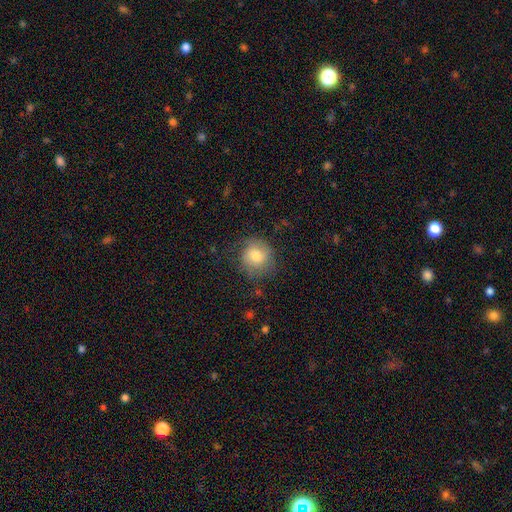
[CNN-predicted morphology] This is likely a smooth galaxy (75%). How rounded: clearly round (81%). Merging: likely none (70%).